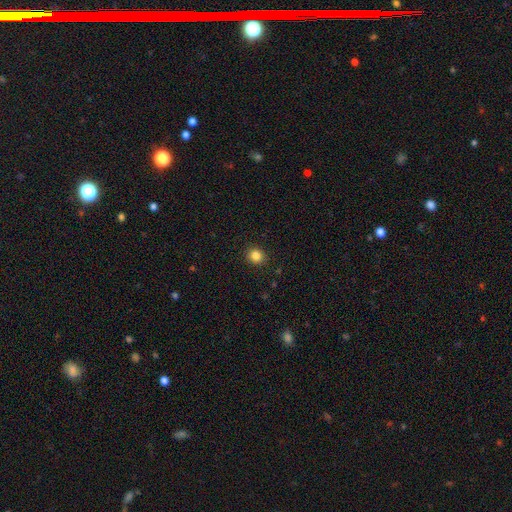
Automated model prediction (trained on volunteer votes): The model was most divided on "how rounded": round: 82%, in between: 17%, cigar-shaped: 1%. More confident: merging — none (91%); smooth or featured — smooth (85%).